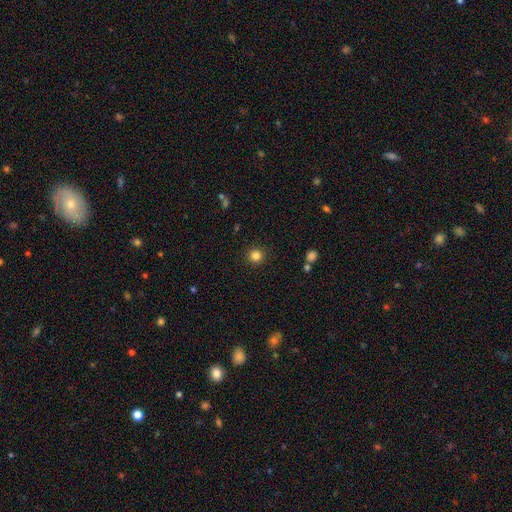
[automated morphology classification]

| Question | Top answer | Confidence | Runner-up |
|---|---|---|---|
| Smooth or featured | smooth | 84% | star or artifact (12%) |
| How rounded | round | 95% | in between (4%) |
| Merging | none | 91% | minor disturbance (5%) |